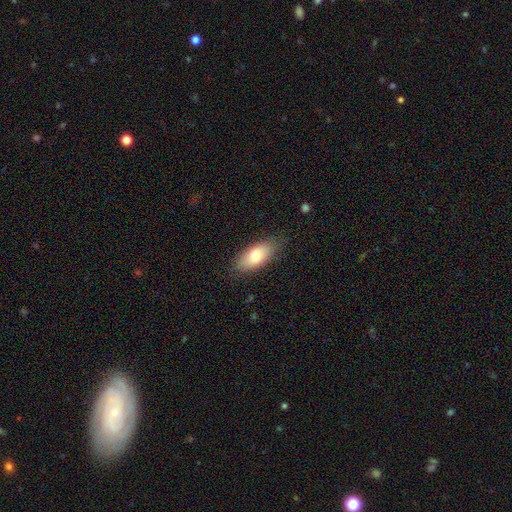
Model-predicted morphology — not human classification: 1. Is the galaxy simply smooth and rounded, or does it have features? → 78% smooth, 15% featured or disk, 6% star or artifact.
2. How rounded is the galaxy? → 86% in between, 11% cigar-shaped, 3% round.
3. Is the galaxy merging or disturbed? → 81% none, 15% minor disturbance, 3% major disturbance, 1% merger.